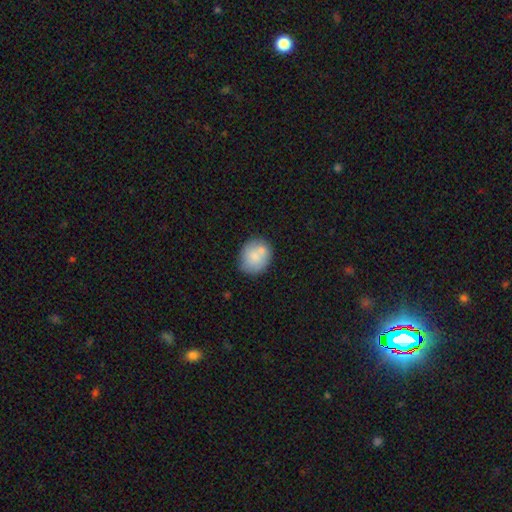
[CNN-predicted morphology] A smooth galaxy with no disk features (78%) that is round (62%). Merging: none (62%).